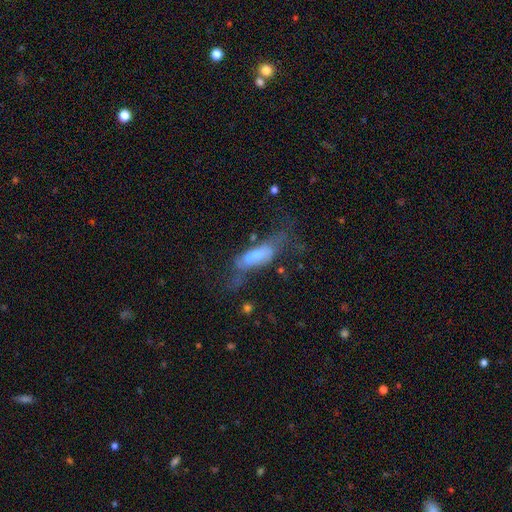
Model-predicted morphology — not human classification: This is possibly a smooth galaxy (48%). Merging: marginally major disturbance (36%).